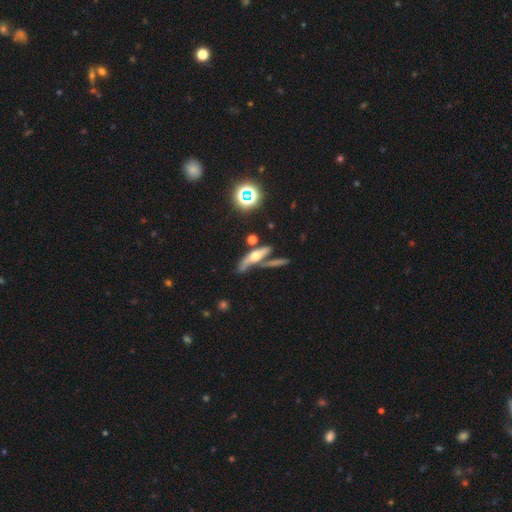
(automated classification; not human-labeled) This is possibly a featured or disk galaxy (52%). It is likely viewed edge-on (74%). Merging: possibly none (50%).